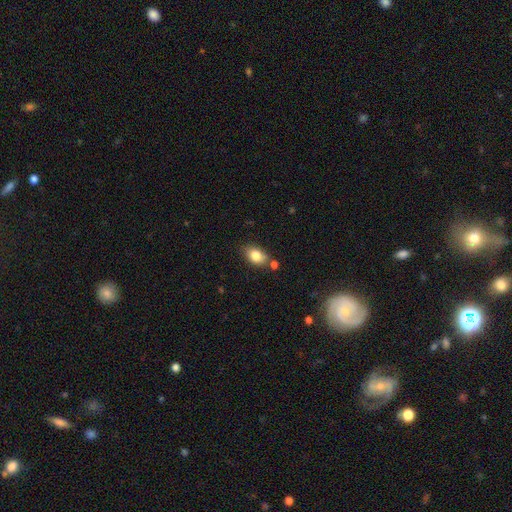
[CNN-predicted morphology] Smooth or featured? smooth (83%)
How rounded? in between (82%)
Merging? none (70%)